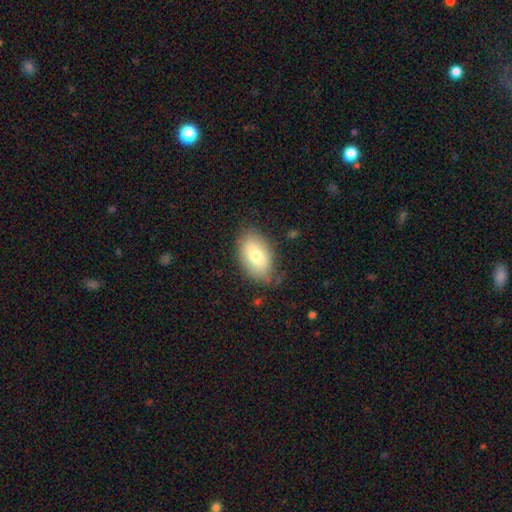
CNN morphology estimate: type=smooth (73%); roundness=in between (92%); merging=none (76%).